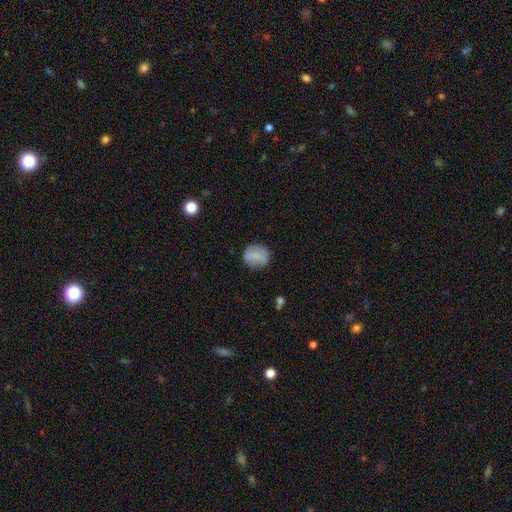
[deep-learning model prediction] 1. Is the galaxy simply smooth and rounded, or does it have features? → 72% smooth, 19% featured or disk, 8% star or artifact.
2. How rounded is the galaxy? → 77% round, 21% in between, 1% cigar-shaped.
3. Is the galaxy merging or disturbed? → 77% none, 16% minor disturbance, 5% major disturbance, 2% merger.